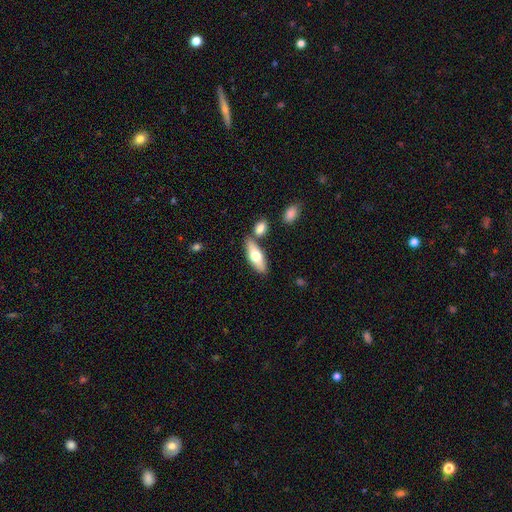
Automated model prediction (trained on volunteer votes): Morphology: type=smooth (61%); roundness=in between (65%); merging=none (73%).